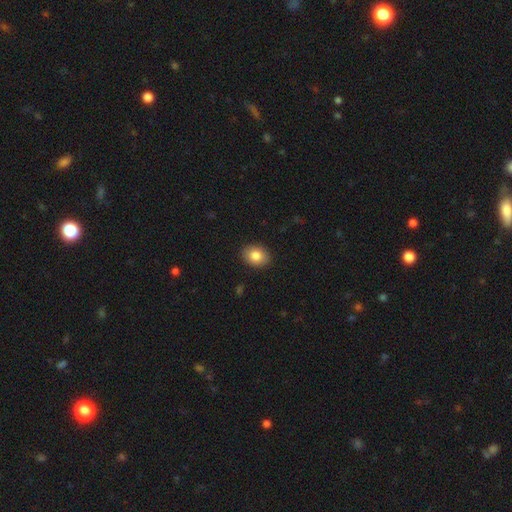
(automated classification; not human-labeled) smooth-or-featured: smooth: 85% | star or artifact: 8% | featured or disk: 8%
  how-rounded: in between: 57% | round: 42% | cigar-shaped: 1%
  merging: none: 90% | minor disturbance: 7% | major disturbance: 2% | merger: 1%